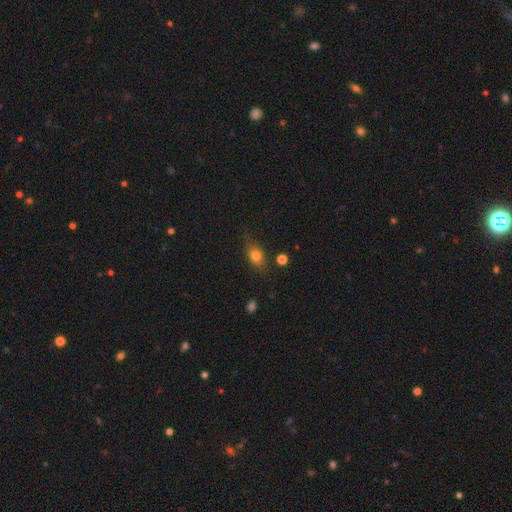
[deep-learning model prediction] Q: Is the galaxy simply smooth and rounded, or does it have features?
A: smooth — 71%.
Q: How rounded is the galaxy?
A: in between — 64%.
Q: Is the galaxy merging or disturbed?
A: none — 68%.